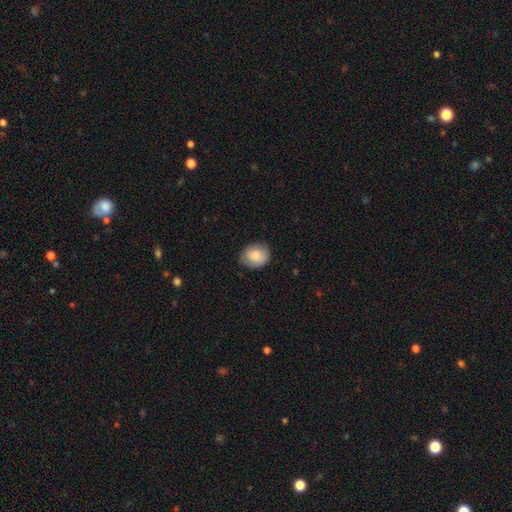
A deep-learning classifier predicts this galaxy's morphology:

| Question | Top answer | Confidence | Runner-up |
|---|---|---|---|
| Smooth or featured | smooth | 83% | featured or disk (10%) |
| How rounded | round | 54% | in between (45%) |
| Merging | none | 80% | minor disturbance (16%) |